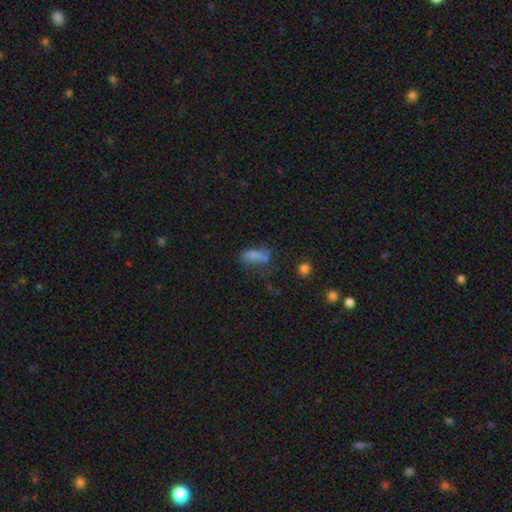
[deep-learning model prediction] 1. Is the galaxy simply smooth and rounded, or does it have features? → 66% smooth, 21% featured or disk, 13% star or artifact.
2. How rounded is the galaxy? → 67% in between, 29% cigar-shaped, 4% round.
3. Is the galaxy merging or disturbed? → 40% none, 25% minor disturbance, 22% major disturbance, 13% merger.